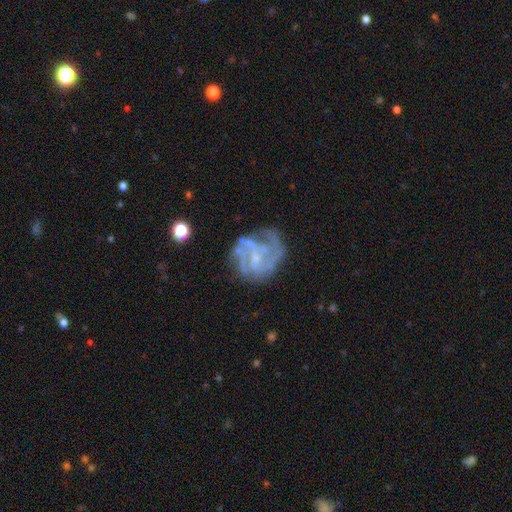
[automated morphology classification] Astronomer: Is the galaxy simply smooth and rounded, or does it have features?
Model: featured or disk — 81%.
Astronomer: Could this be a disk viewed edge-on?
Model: no — 98%.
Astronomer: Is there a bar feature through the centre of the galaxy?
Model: weak — 46% (runner-up: no, 42%).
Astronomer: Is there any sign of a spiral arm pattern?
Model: yes — 86%.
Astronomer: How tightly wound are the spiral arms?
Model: medium — 44% (runner-up: tight, 40%).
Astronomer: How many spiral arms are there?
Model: can't tell — 30% (runner-up: 3, 27%).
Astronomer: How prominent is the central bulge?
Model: small — 48% (runner-up: none, 27%).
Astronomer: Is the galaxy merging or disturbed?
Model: none — 57%.